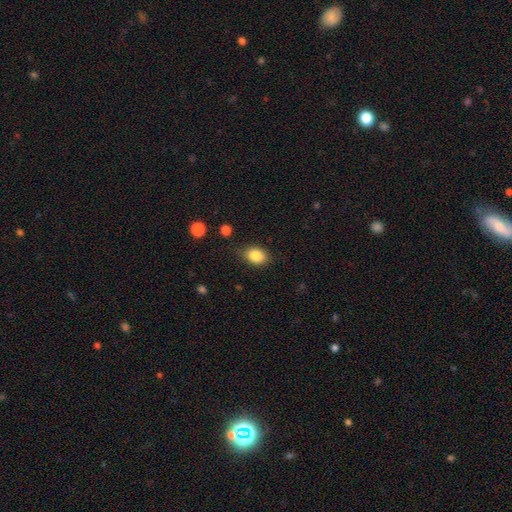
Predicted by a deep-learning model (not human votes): Overall: smooth (85%). How rounded: in between (76%). Merging: none (81%).